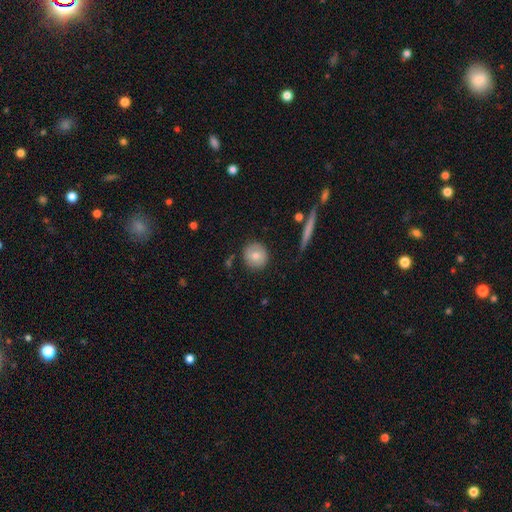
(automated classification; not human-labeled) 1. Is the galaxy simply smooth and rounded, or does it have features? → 74% smooth, 19% featured or disk, 7% star or artifact.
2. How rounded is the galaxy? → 90% round, 8% in between, 1% cigar-shaped.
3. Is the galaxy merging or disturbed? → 85% none, 10% minor disturbance, 3% major disturbance, 2% merger.